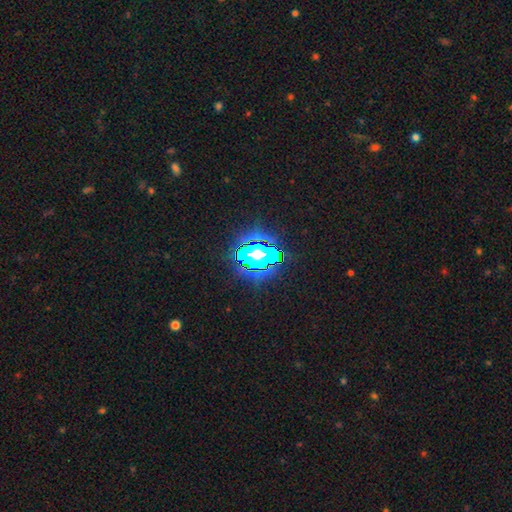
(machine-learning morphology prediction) A star or artifact, not a galaxy (53%).

Vote fractions:
- Smooth or featured? star or artifact: 53% / smooth: 28% / featured or disk: 19%